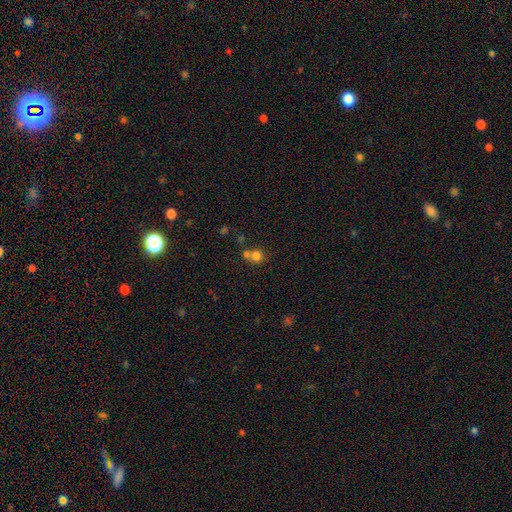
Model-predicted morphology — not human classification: smooth-or-featured: smooth: 76% | star or artifact: 14% | featured or disk: 10%
  how-rounded: round: 84% | in between: 16% | cigar-shaped: 1%
  merging: merger: 46% | none: 44% | minor disturbance: 7% | major disturbance: 3%